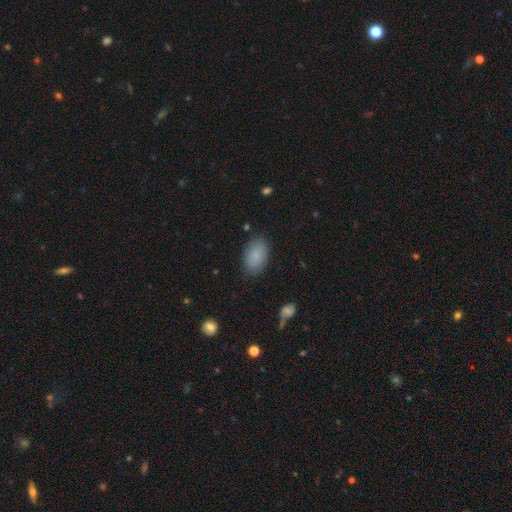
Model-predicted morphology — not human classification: A smooth galaxy with no disk features (86%) that is in between round and cigar-shaped (90%). Merging: none (83%).